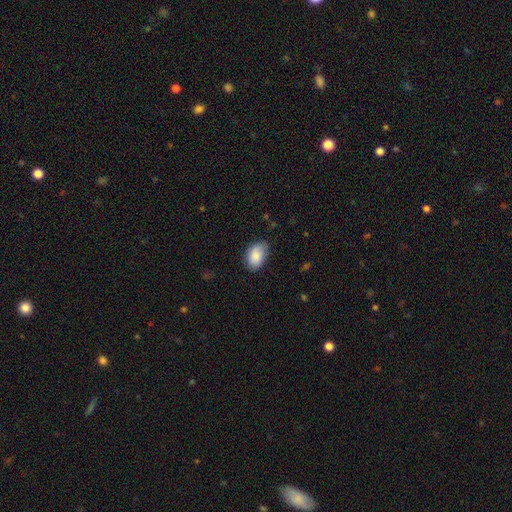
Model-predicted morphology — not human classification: This appears to be a smooth galaxy with no disk features (87%) that is in between round and cigar-shaped (89%). Merging: none (73%).